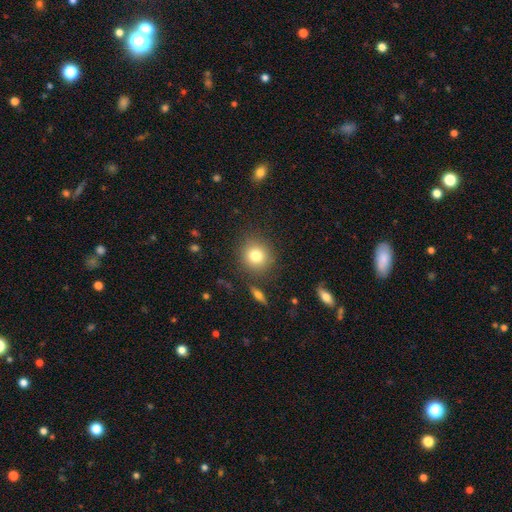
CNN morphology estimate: This appears to be a smooth galaxy with no disk features (80%) that is round (88%). Merging: none (85%).